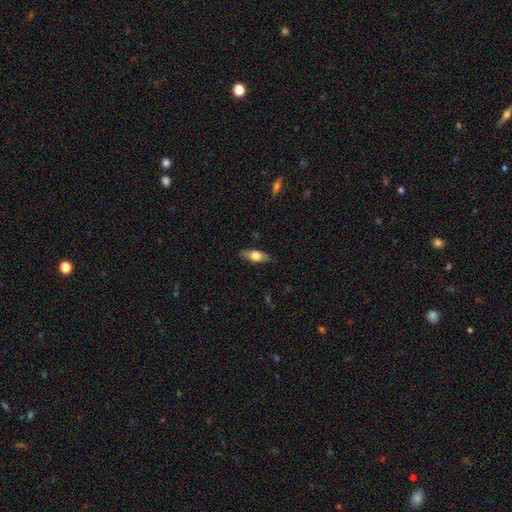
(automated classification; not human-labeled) Overall: smooth (61%; featured or disk 32%). How rounded: in between (71%). Merging: none (86%).